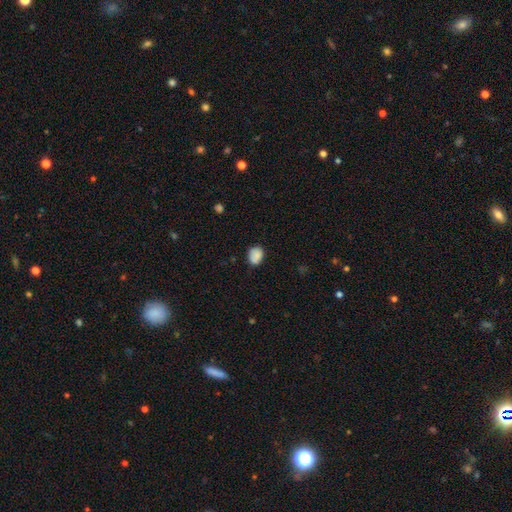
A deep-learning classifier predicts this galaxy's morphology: smooth_or_featured: smooth (p=0.82) [alt: star or artifact p=0.09]
how_rounded: in between (p=0.51) [alt: round p=0.48]
merging: none (p=0.65) [alt: minor disturbance p=0.24]